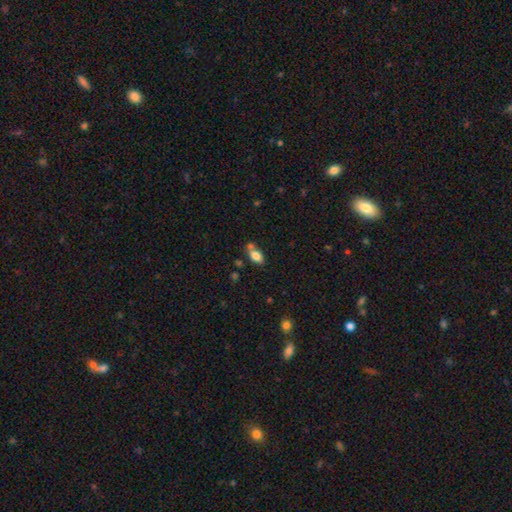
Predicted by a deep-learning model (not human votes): Smooth or featured? smooth (81%)
How rounded? in between (88%)
Merging? none (52%)